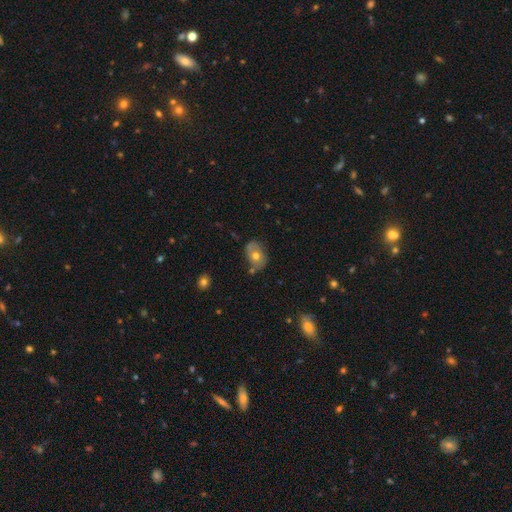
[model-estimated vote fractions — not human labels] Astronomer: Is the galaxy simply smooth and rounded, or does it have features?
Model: smooth — 57% (runner-up: featured or disk, 34%).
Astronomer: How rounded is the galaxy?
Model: in between — 68%.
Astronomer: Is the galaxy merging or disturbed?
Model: none — 62%.